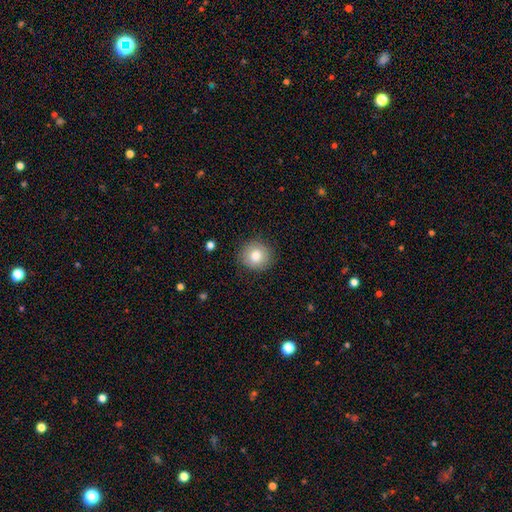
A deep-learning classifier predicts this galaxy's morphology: Smooth or featured: smooth — 82% (featured or disk — 9%)
How rounded: round — 89% (in between — 10%)
Merging: none — 88% (minor disturbance — 8%)